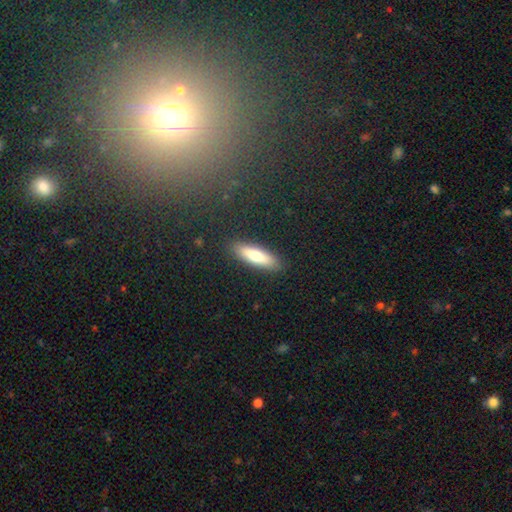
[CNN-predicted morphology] A smooth galaxy with no disk features (72%) that is cigar-shaped (58%). Merging: none (89%).